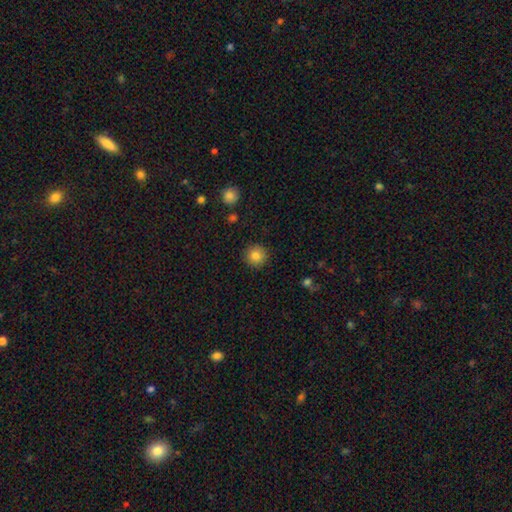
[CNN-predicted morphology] Smooth or featured?
  - smooth: 82% *
  - star or artifact: 10%
  - featured or disk: 7%
How rounded?
  - round: 94% *
  - in between: 5%
  - cigar-shaped: 1%
Merging?
  - none: 90% *
  - minor disturbance: 6%
  - major disturbance: 2%
  - merger: 1%